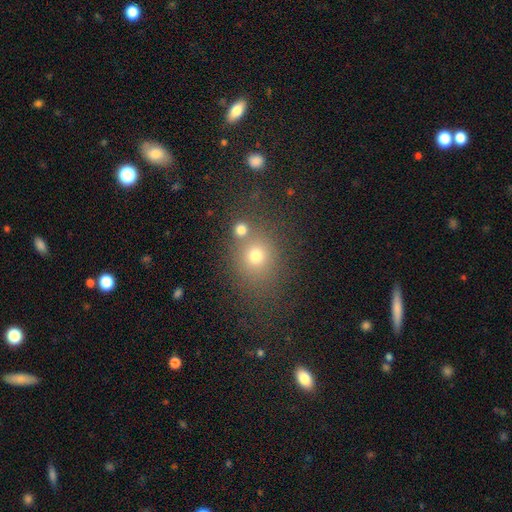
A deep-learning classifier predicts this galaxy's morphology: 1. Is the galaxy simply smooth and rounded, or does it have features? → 70% smooth, 19% star or artifact, 11% featured or disk.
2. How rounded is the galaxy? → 70% round, 29% in between, 1% cigar-shaped.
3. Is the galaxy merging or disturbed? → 64% none, 18% merger, 12% minor disturbance, 6% major disturbance.